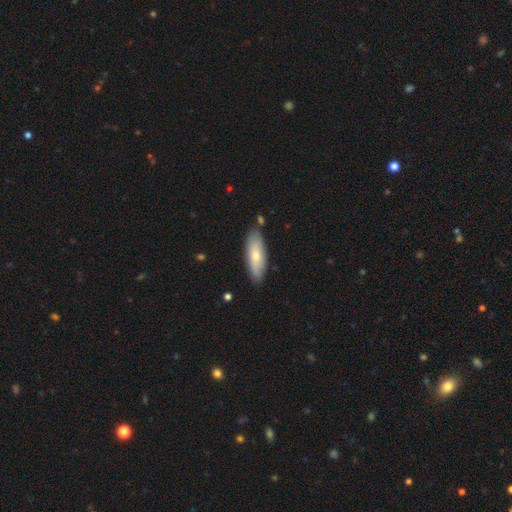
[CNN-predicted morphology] smooth-or-featured: smooth: 68% | featured or disk: 26% | star or artifact: 6%
  how-rounded: in between: 58% | cigar-shaped: 40% | round: 2%
  merging: none: 82% | minor disturbance: 12% | merger: 3% | major disturbance: 2%